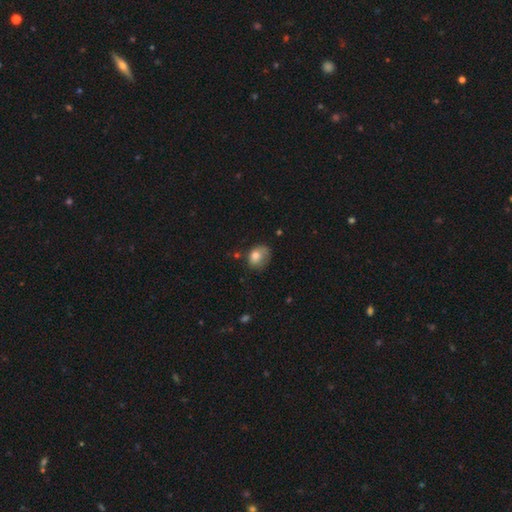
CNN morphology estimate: Overall: smooth (74%). How rounded: in between (57%; round 42%). Merging: none (43%; minor disturbance 35%).